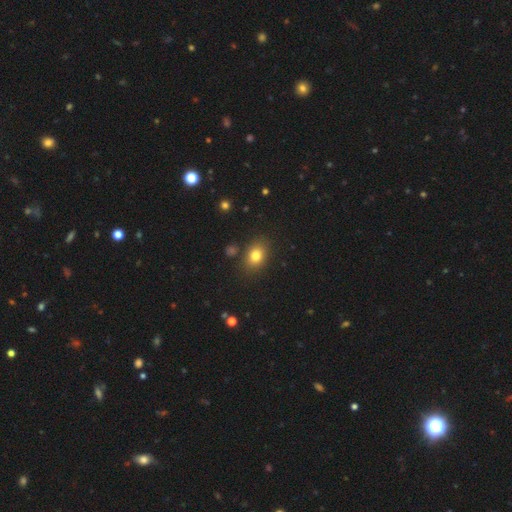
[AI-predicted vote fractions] Q: Smooth or featured?
A: smooth (81%); runner-up: star or artifact (11%)
Q: How rounded?
A: in between (65%); runner-up: round (33%)
Q: Merging?
A: none (84%); runner-up: minor disturbance (10%)